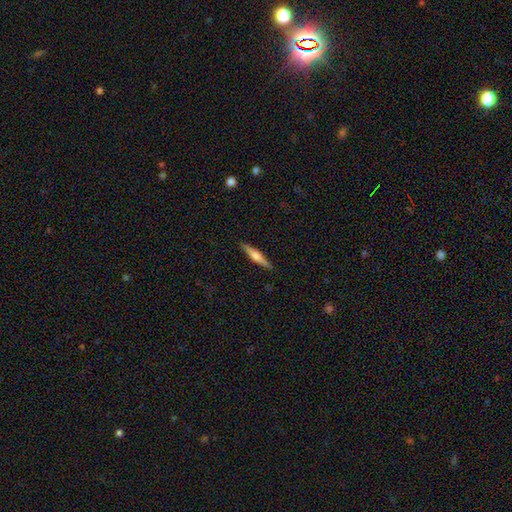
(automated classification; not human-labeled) Smooth or featured? featured or disk (52%)
Edge-on disk? yes (97%)
Edge-on bulge? rounded (77%)
Merging? none (90%)